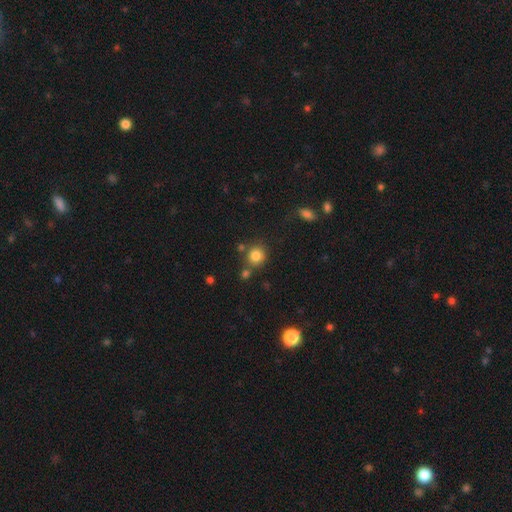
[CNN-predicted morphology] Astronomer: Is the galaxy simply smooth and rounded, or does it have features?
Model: smooth — 82%.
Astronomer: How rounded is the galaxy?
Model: round — 88%.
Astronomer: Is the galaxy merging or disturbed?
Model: none — 74%.